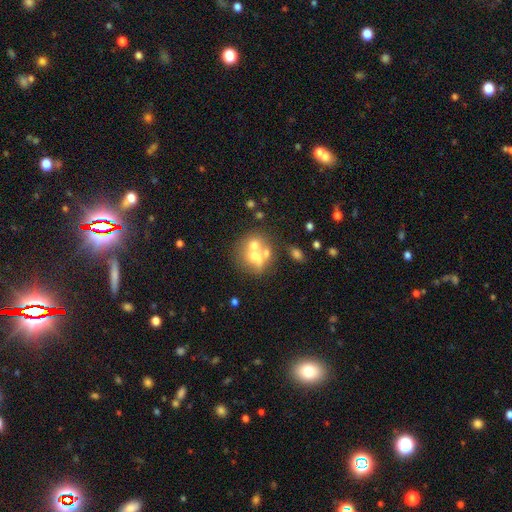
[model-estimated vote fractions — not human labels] Overall: smooth (49%; featured or disk 37%). Merging: merger (51%; none 31%).